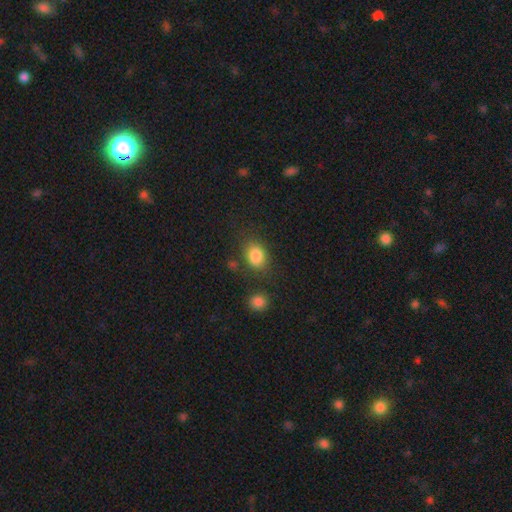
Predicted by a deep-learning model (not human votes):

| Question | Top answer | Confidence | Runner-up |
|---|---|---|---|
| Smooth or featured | smooth | 85% | star or artifact (9%) |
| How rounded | in between | 65% | round (34%) |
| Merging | none | 70% | minor disturbance (16%) |